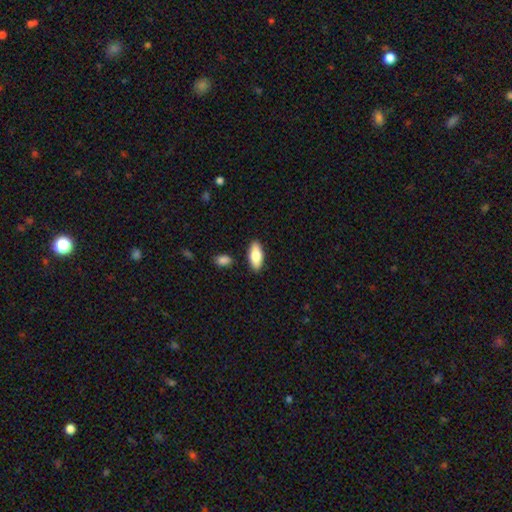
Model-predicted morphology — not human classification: A smooth galaxy with no disk features (77%) that is in between round and cigar-shaped (82%).

Vote fractions:
- Smooth or featured? smooth: 77% / featured or disk: 17% / star or artifact: 6%
- How rounded? in between: 82% / cigar-shaped: 16% / round: 2%
- Merging? none: 87% / minor disturbance: 8% / merger: 2% / major disturbance: 2%